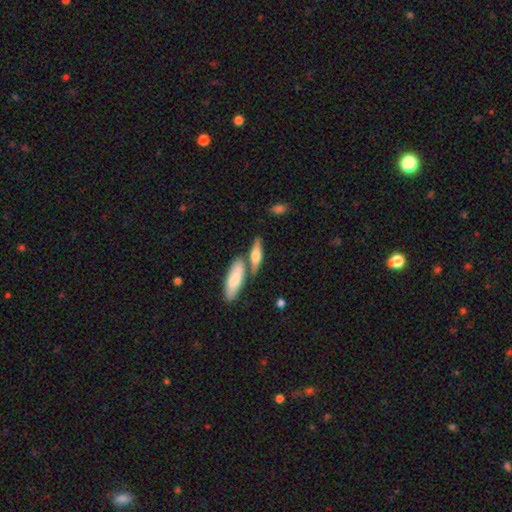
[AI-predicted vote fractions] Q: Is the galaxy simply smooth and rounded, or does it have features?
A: smooth — 57%.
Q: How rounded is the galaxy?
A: cigar-shaped — 53%.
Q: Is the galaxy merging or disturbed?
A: none — 59%.